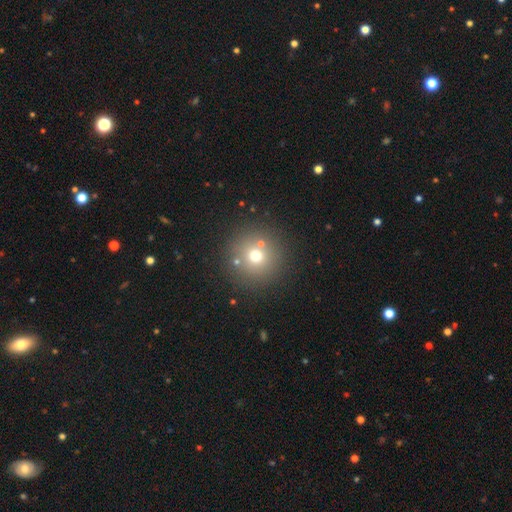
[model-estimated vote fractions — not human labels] This is likely a smooth galaxy (69%). How rounded: clearly round (95%). Merging: clearly none (82%).